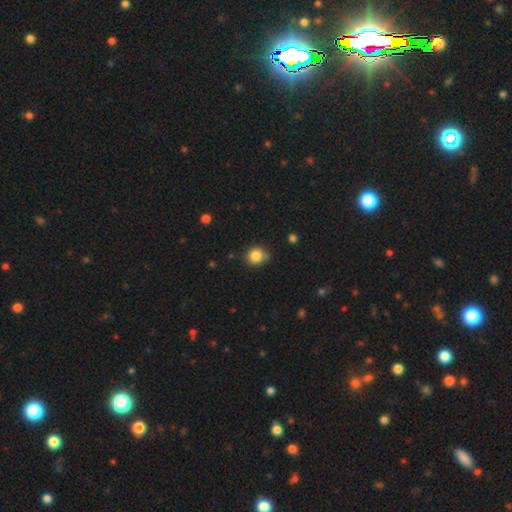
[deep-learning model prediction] A smooth galaxy with no disk features (84%) that is round (85%).

Vote fractions:
- Smooth or featured? smooth: 84% / star or artifact: 11% / featured or disk: 5%
- How rounded? round: 85% / in between: 14% / cigar-shaped: 1%
- Merging? none: 74% / minor disturbance: 20% / major disturbance: 3% / merger: 3%